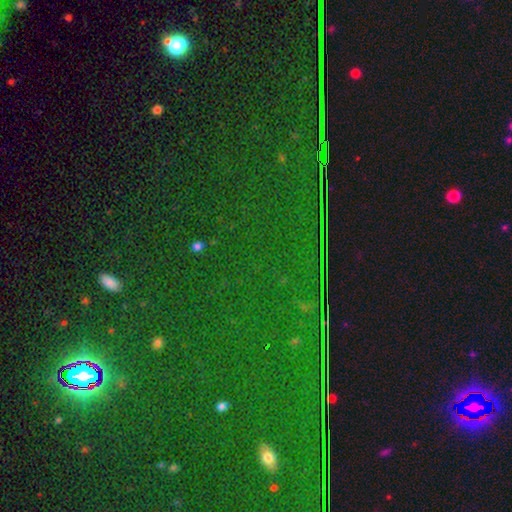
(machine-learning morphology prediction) This appears to be a star or artifact, not a galaxy (83%).